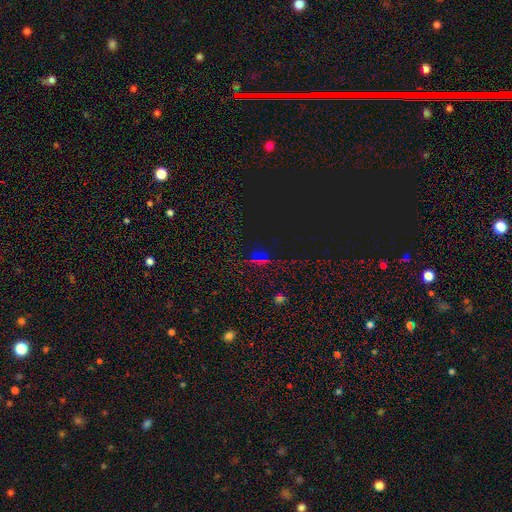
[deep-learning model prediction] The model was most divided on "smooth or featured": star or artifact: 74%, smooth: 17%, featured or disk: 9%.